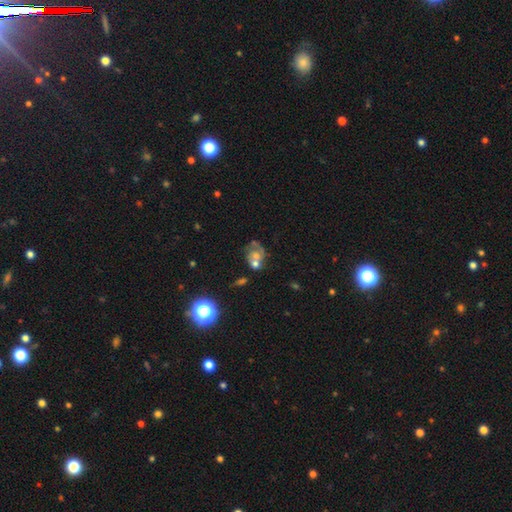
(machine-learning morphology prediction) This is possibly a featured or disk galaxy (51%). It is clearly not viewed edge-on (97%). Merging: marginally merger (36%).